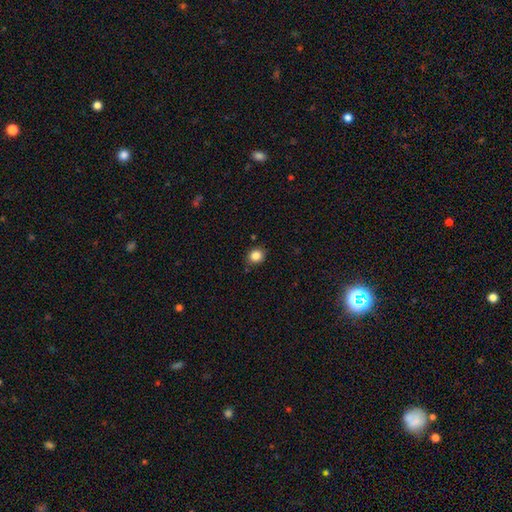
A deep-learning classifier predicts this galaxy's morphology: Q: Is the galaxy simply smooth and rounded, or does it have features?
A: smooth — 85%.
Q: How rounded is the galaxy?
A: round — 72%.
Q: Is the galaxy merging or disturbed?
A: none — 84%.